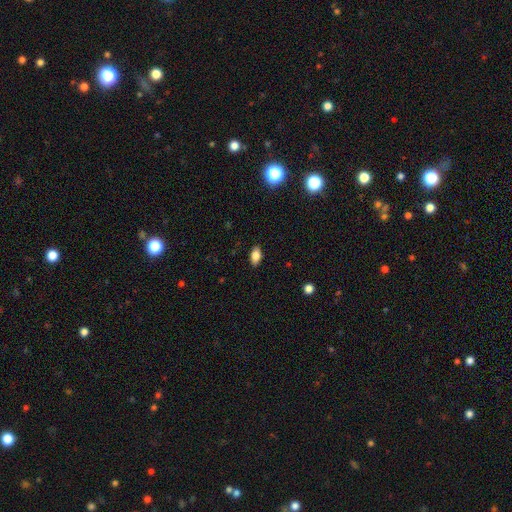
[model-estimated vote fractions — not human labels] A smooth galaxy with no disk features (80%) that is in between round and cigar-shaped (89%). Merging: none (88%).